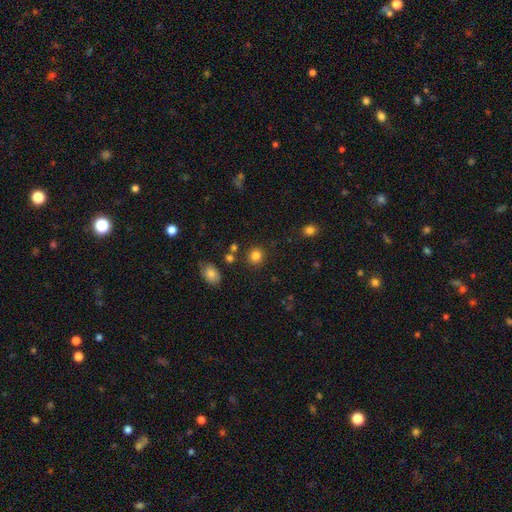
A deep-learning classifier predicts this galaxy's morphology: A smooth galaxy with no disk features (83%) that is round (82%). Merging: none (85%).